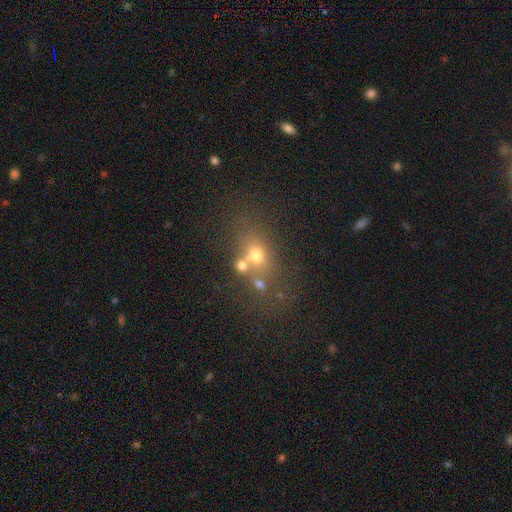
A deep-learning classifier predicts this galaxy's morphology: Q: Smooth or featured?
A: smooth (58%); runner-up: featured or disk (22%)
Q: How rounded?
A: in between (52%); runner-up: round (45%)
Q: Merging?
A: none (49%); runner-up: merger (30%)